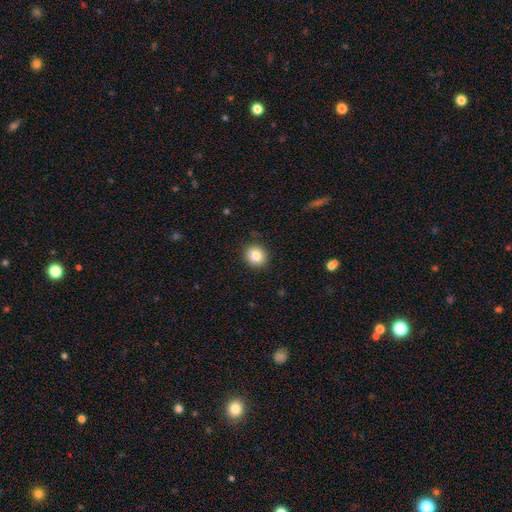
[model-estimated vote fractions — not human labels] smooth-or-featured: smooth: 84% | star or artifact: 10% | featured or disk: 6%
  how-rounded: round: 81% | in between: 18% | cigar-shaped: 1%
  merging: none: 88% | minor disturbance: 9% | major disturbance: 2% | merger: 1%